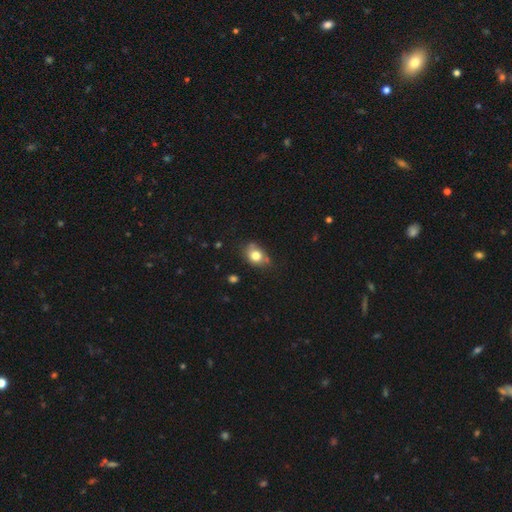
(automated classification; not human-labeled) The model was most divided on "how rounded": in between: 58%, round: 40%, cigar-shaped: 1%. More confident: smooth or featured — smooth (77%); merging — none (58%).